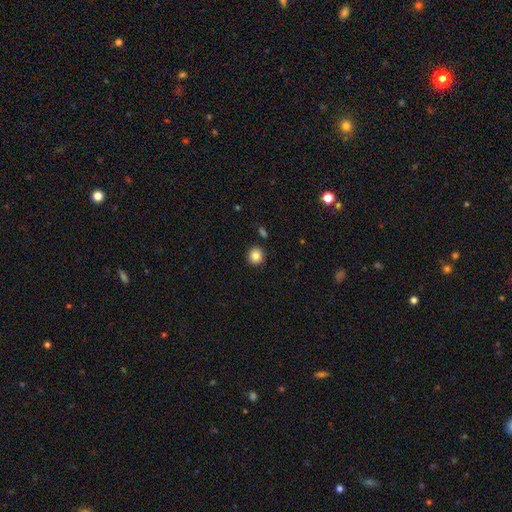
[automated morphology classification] Q: Smooth or featured?
A: smooth (86%); runner-up: star or artifact (9%)
Q: How rounded?
A: round (91%); runner-up: in between (8%)
Q: Merging?
A: none (89%); runner-up: minor disturbance (6%)